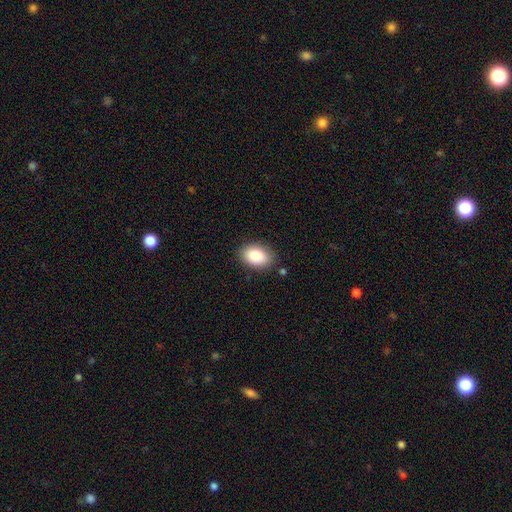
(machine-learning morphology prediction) The model was most divided on "merging": none: 84%, minor disturbance: 11%, major disturbance: 3%, merger: 2%. More confident: smooth or featured — smooth (87%); how rounded — in between (87%).